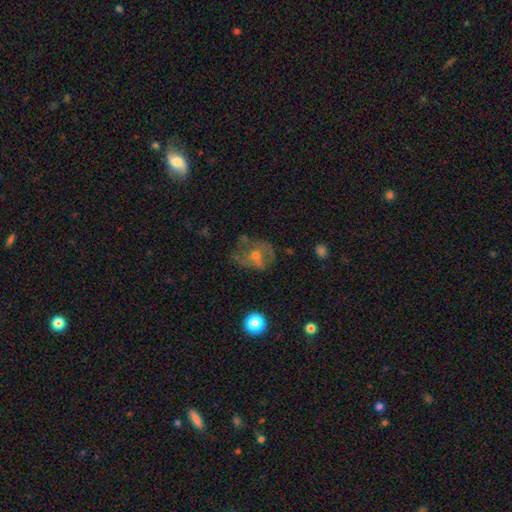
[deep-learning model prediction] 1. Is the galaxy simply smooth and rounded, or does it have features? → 55% featured or disk, 33% smooth, 12% star or artifact.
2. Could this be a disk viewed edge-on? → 96% no, 4% yes.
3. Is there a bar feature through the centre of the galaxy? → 64% no, 28% weak, 8% strong.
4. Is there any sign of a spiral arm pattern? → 51% yes, 49% no.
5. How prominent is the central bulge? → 52% small, 41% moderate, 4% none, 2% large, 1% dominant.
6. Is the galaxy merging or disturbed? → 54% none, 22% minor disturbance, 20% major disturbance, 3% merger.